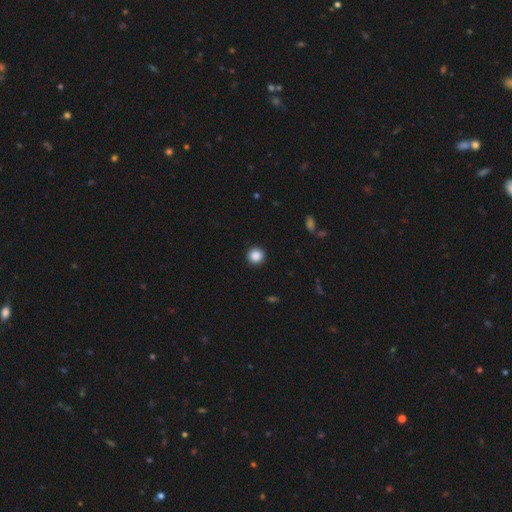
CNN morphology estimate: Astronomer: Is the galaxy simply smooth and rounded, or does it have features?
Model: smooth — 88%.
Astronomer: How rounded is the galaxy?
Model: round — 95%.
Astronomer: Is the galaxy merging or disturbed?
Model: none — 92%.